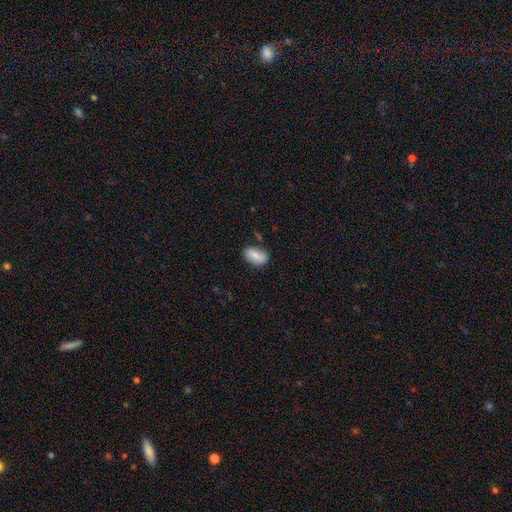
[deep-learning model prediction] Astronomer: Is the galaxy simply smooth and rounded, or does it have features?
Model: smooth — 77%.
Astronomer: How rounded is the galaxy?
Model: in between — 91%.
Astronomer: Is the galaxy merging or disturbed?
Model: none — 75%.